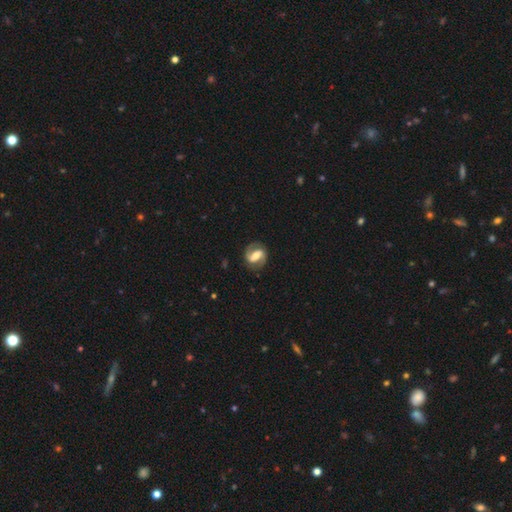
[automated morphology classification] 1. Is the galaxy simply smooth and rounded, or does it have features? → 80% featured or disk, 15% smooth, 5% star or artifact.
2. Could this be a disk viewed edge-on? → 97% no, 3% yes.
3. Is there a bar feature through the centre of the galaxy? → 50% strong, 35% weak, 15% no.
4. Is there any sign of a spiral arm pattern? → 92% yes, 8% no.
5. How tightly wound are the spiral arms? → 50% medium, 27% tight, 23% loose.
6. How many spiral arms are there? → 91% 2, 4% can't tell, 3% 1, 1% 3, 1% 4, 1% more than 4.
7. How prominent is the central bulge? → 59% moderate, 21% small, 15% large, 3% none, 2% dominant.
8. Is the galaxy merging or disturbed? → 83% none, 12% minor disturbance, 4% major disturbance, 1% merger.